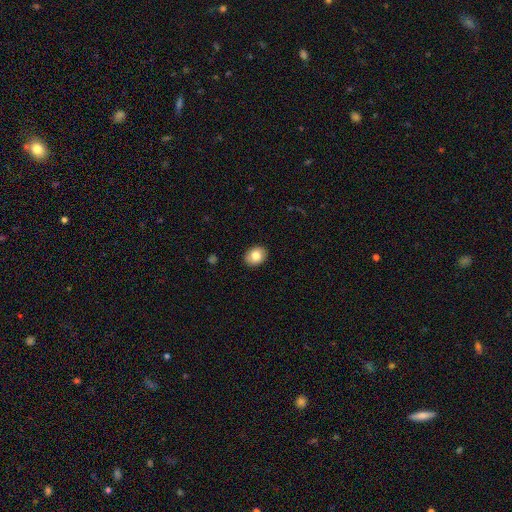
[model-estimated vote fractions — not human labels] smooth 82%, featured or disk 10%, star or artifact 8%. Down the decision tree: how rounded — in between (59%); merging — none (89%).